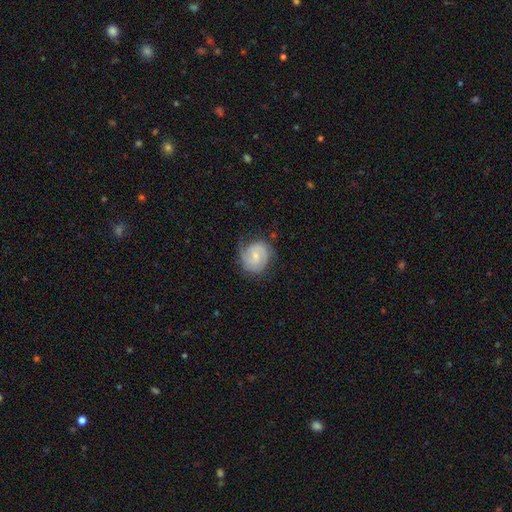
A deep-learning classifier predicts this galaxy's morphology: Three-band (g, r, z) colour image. It shows a featured or disk galaxy (66%) with no bar (50%), 2 (60%) tight (52%) spiral arms (90%) and a small central bulge (58%). Merging: none (66%).